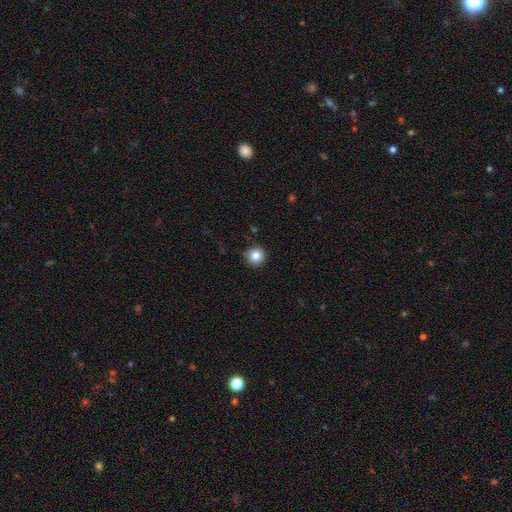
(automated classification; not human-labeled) This is clearly a smooth galaxy (84%). How rounded: clearly round (95%). Merging: clearly none (90%).